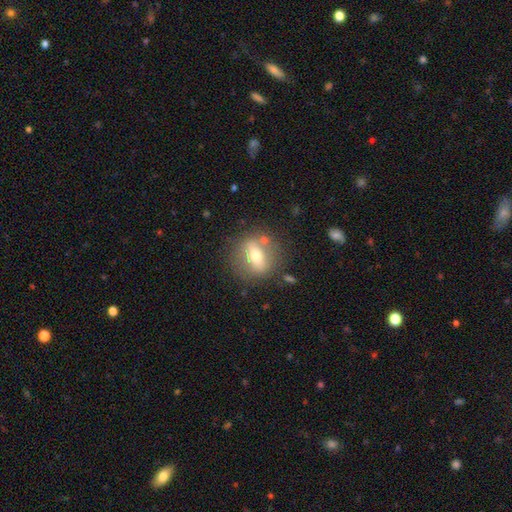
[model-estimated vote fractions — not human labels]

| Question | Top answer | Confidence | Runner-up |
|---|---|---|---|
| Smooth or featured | smooth | 47% | featured or disk (43%) |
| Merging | none | 77% | minor disturbance (13%) |